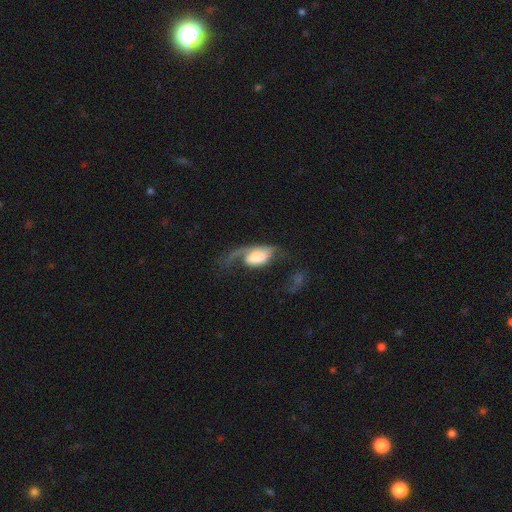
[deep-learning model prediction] Smooth or featured: featured or disk — 57% (smooth — 36%)
Edge-on disk: no — 91% (yes — 9%)
Bar: no — 62% (weak — 28%)
Spiral arms: yes — 74% (no — 26%)
Bulge size: large — 42% (moderate — 24%)
Merging: major disturbance — 55% (none — 21%)